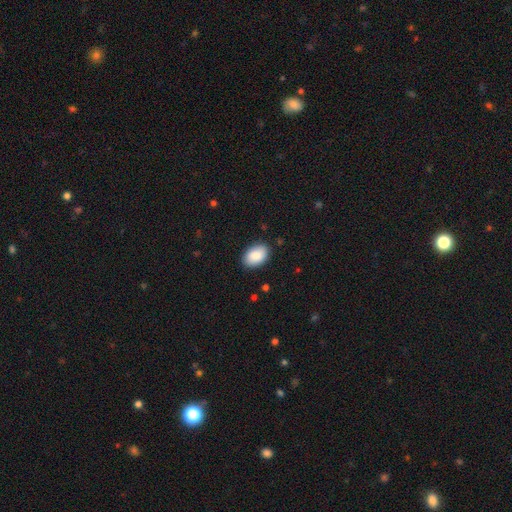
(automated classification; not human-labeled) smooth-or-featured: smooth: 87% | star or artifact: 6% | featured or disk: 6%
  how-rounded: in between: 89% | round: 10% | cigar-shaped: 1%
  merging: none: 87% | minor disturbance: 9% | major disturbance: 2% | merger: 1%